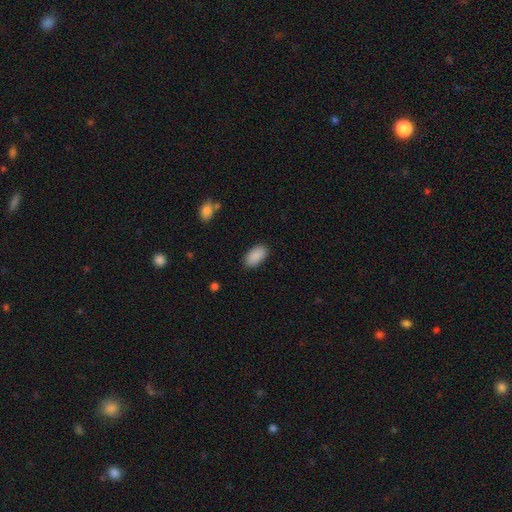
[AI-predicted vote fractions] This appears to be a smooth galaxy with no disk features (90%) that is in between round and cigar-shaped (95%). Merging: none (88%).